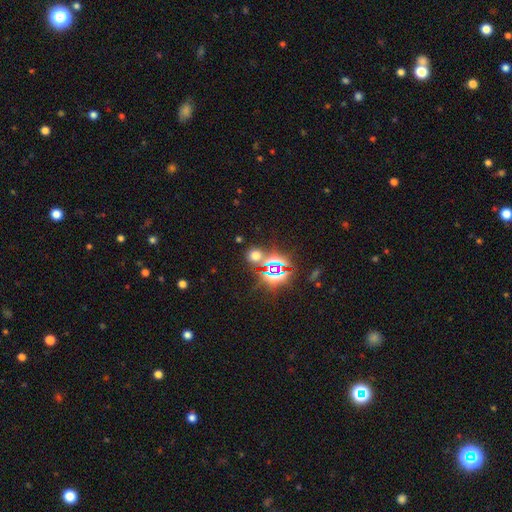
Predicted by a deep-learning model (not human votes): The model was most divided on "smooth or featured": smooth: 49%, star or artifact: 45%, featured or disk: 7%. More confident: merging — none (77%).